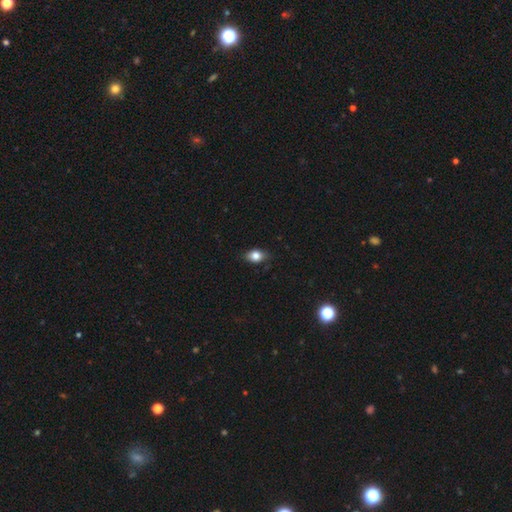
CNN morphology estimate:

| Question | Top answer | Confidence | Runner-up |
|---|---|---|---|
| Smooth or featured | smooth | 80% | featured or disk (11%) |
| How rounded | in between | 72% | round (25%) |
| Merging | none | 78% | minor disturbance (18%) |